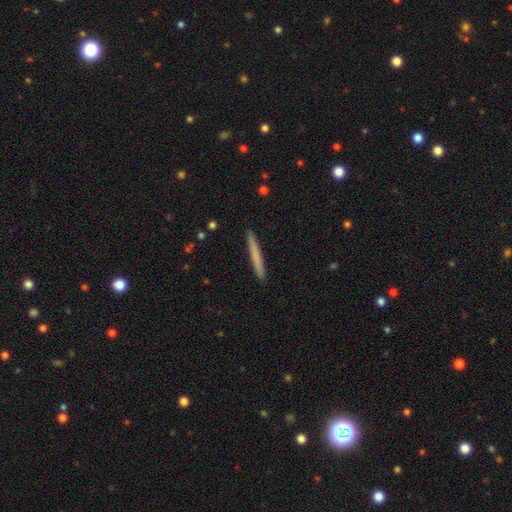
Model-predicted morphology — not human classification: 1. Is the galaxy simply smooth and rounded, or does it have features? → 70% smooth, 24% featured or disk, 5% star or artifact.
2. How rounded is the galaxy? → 97% cigar-shaped, 2% in between, 1% round.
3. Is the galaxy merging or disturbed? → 93% none, 5% minor disturbance, 1% major disturbance, 1% merger.